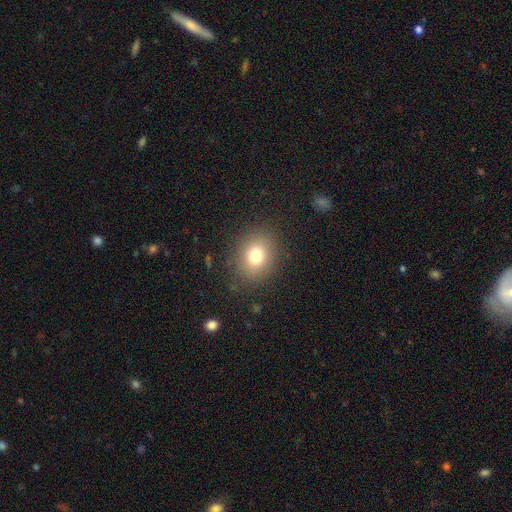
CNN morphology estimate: Smooth or featured?
  - smooth: 76% *
  - star or artifact: 13%
  - featured or disk: 10%
How rounded?
  - round: 60% *
  - in between: 39%
  - cigar-shaped: 1%
Merging?
  - none: 86% *
  - minor disturbance: 9%
  - major disturbance: 4%
  - merger: 1%